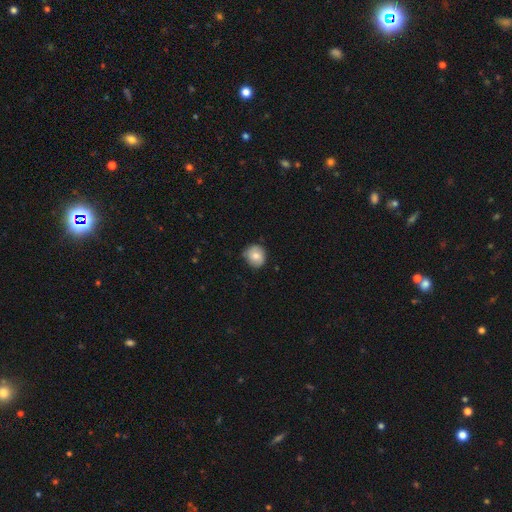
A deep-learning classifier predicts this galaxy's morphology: smooth-or-featured: smooth: 74% | featured or disk: 18% | star or artifact: 8%
  how-rounded: round: 84% | in between: 15% | cigar-shaped: 1%
  merging: none: 74% | minor disturbance: 22% | major disturbance: 3% | merger: 1%